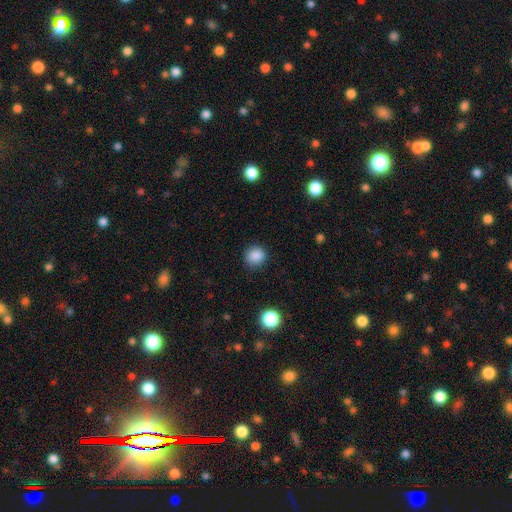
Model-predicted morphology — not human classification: smooth_or_featured: smooth (p=0.86) [alt: star or artifact p=0.11]
how_rounded: round (p=0.89) [alt: in between p=0.10]
merging: none (p=0.86) [alt: minor disturbance p=0.10]